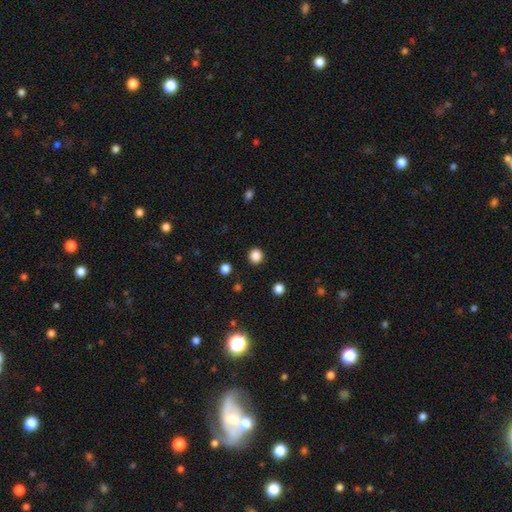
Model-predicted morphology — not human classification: Smooth or featured: smooth — 85% (star or artifact — 12%)
How rounded: round — 94% (in between — 5%)
Merging: none — 92% (minor disturbance — 5%)